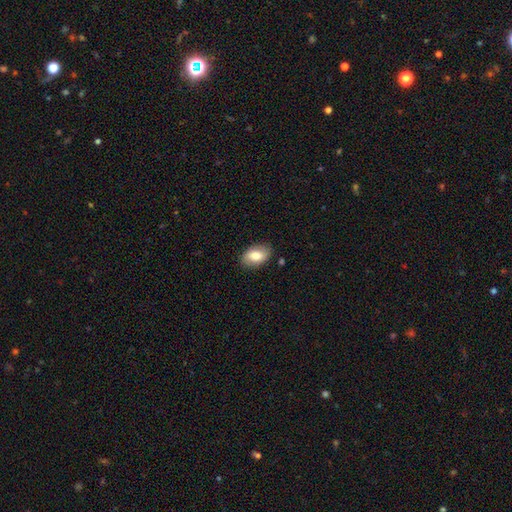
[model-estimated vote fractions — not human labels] Smooth or featured? Predicted: smooth (p=0.75). How rounded? Predicted: in between (p=0.91). Merging? Predicted: none (p=0.85).